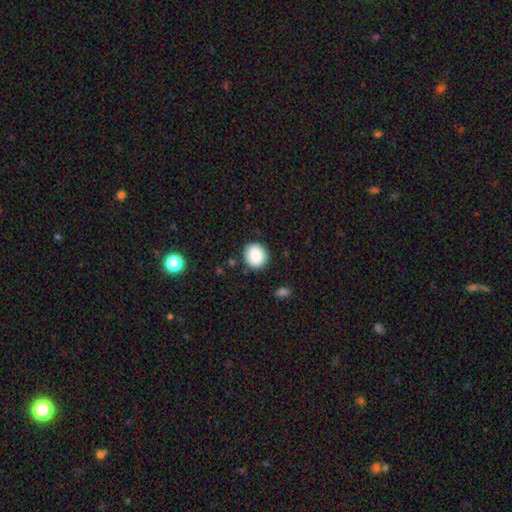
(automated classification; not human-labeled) Smooth or featured? smooth (85%)
How rounded? round (81%)
Merging? none (86%)